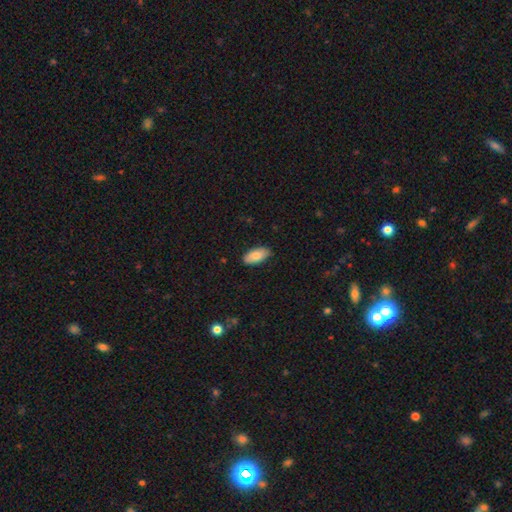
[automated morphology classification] Smooth or featured: smooth — 83% (featured or disk — 11%)
How rounded: in between — 93% (cigar-shaped — 5%)
Merging: none — 86% (minor disturbance — 11%)